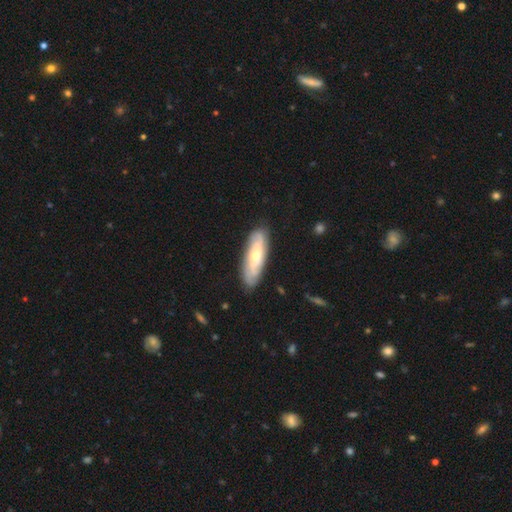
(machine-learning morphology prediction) This appears to be a featured or disk galaxy (56%). Merging: none (84%).